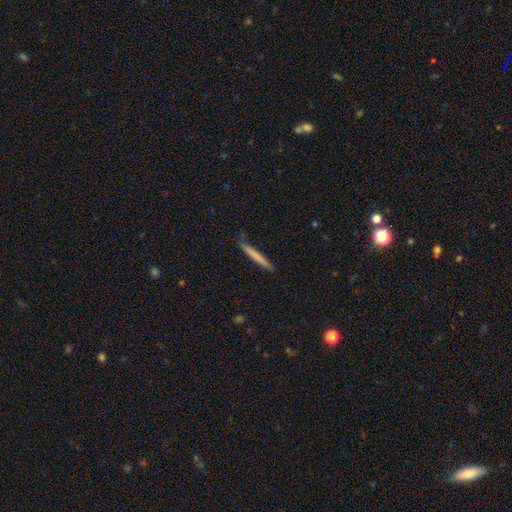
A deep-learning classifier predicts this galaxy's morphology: Smooth or featured?
  - smooth: 70% *
  - featured or disk: 25%
  - star or artifact: 6%
How rounded?
  - cigar-shaped: 96% *
  - in between: 2%
  - round: 1%
Merging?
  - none: 83% *
  - minor disturbance: 13%
  - major disturbance: 2%
  - merger: 1%